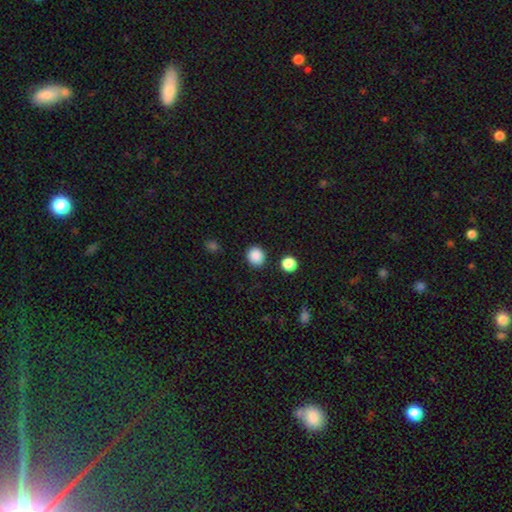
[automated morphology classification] type=smooth (87%); roundness=round (83%); merging=none (88%).